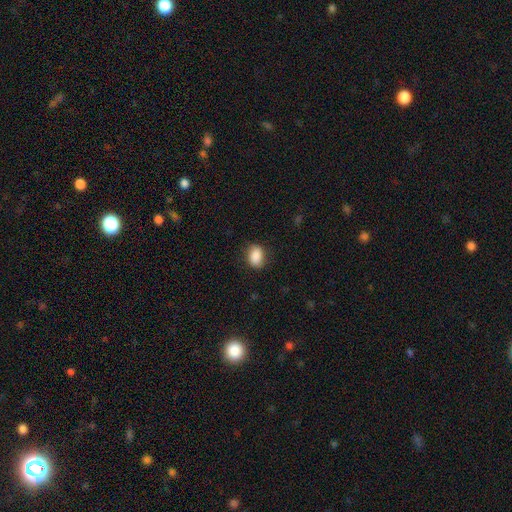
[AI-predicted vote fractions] The model was most divided on "how rounded": in between: 73%, round: 26%, cigar-shaped: 1%. More confident: smooth or featured — smooth (87%); merging — none (81%).